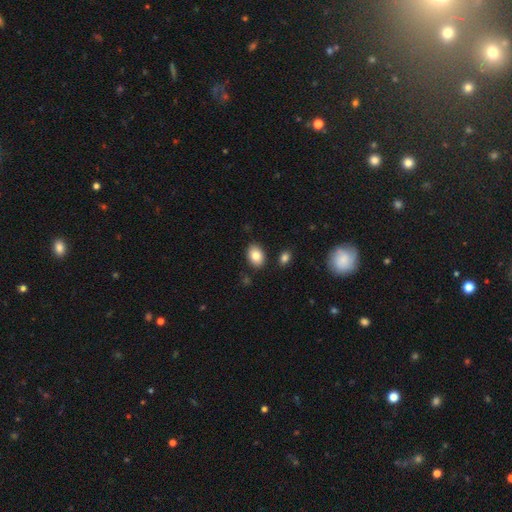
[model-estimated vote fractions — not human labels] The model was most divided on "how rounded": in between: 79%, round: 20%, cigar-shaped: 1%. More confident: merging — none (85%); smooth or featured — smooth (84%).